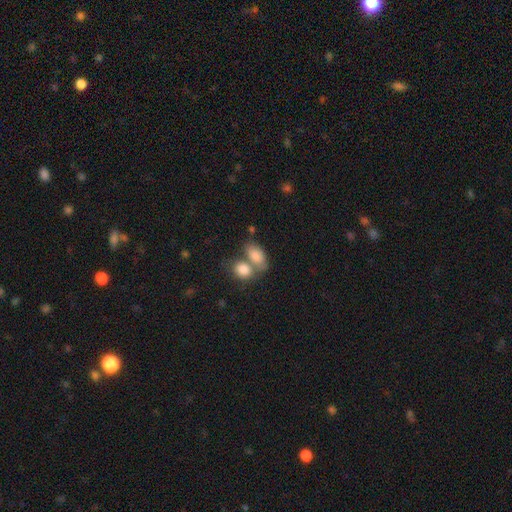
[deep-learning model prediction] A smooth galaxy with no disk features (83%) that is in between round and cigar-shaped (87%). Merging: merger (54%).